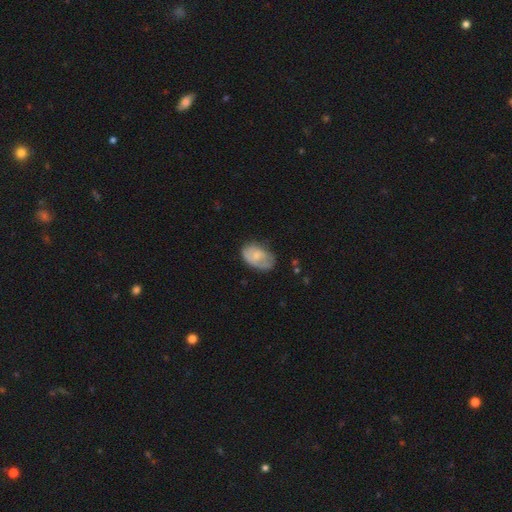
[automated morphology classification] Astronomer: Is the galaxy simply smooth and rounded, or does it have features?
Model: smooth — 56% (runner-up: featured or disk, 37%).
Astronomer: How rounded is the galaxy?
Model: in between — 88%.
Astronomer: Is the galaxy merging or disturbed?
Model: none — 55%.